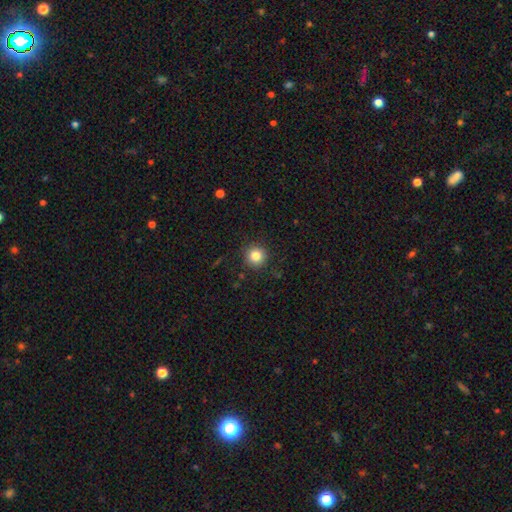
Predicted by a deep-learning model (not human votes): The model was most divided on "smooth or featured": smooth: 84%, star or artifact: 11%, featured or disk: 5%. More confident: how rounded — round (95%); merging — none (90%).